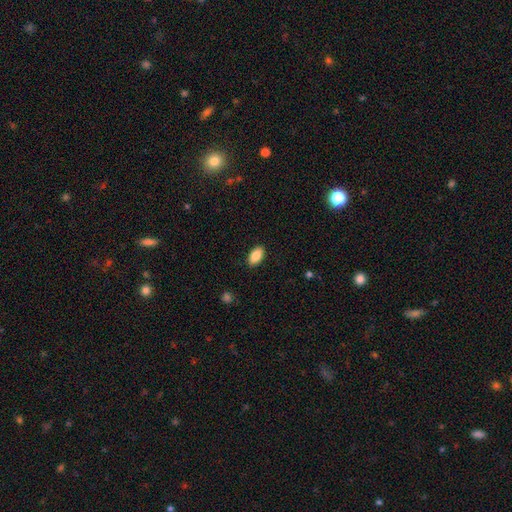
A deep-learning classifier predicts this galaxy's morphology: Smooth or featured: smooth — 87% (star or artifact — 7%)
How rounded: in between — 93% (round — 4%)
Merging: none — 89% (minor disturbance — 8%)